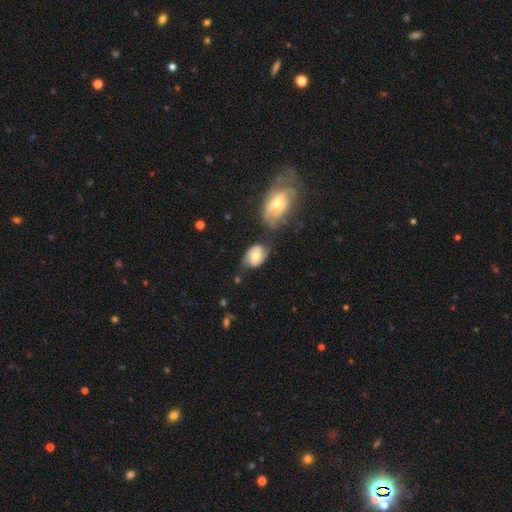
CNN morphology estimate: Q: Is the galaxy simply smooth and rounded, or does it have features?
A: smooth — 48%.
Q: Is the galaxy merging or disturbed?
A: none — 50%.